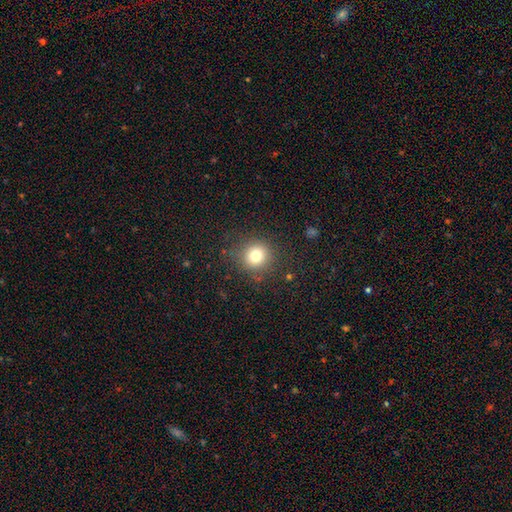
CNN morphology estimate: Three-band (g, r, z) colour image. It shows a smooth galaxy with no disk features (78%) that is round (90%). Merging: none (85%).